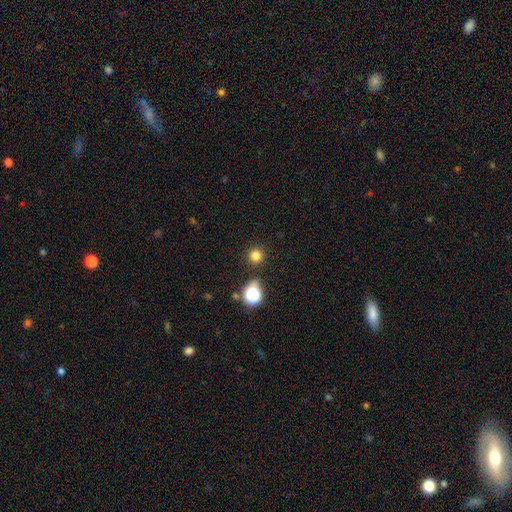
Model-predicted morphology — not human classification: Smooth or featured?
  - smooth: 78% *
  - star or artifact: 17%
  - featured or disk: 5%
How rounded?
  - round: 95% *
  - in between: 4%
  - cigar-shaped: 1%
Merging?
  - none: 88% *
  - minor disturbance: 7%
  - merger: 3%
  - major disturbance: 2%